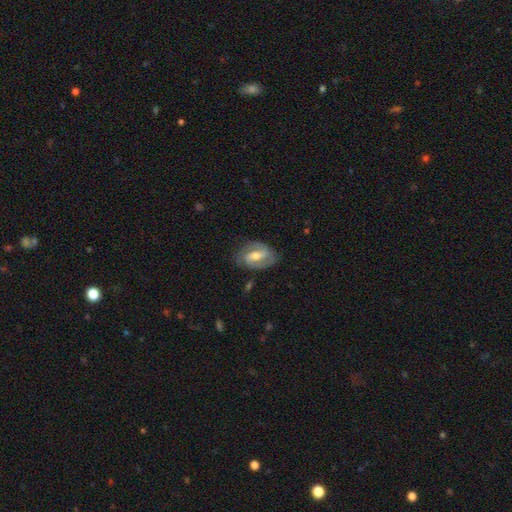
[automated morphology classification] type=featured or disk (74%); edge-on=no (95%); bar=strong (47%); spiral arms=yes (83%); winding=medium (46%); arm count=2 (84%); bulge=moderate (60%); merging=none (77%).